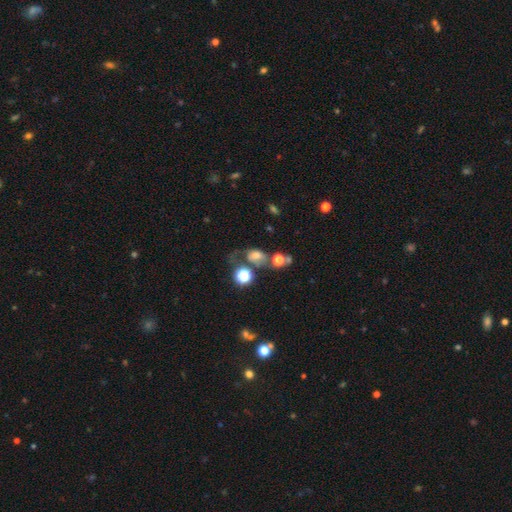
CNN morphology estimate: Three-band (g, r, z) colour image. It shows a smooth galaxy with no disk features (53%) that is in between round and cigar-shaped (64%). Merging: none (35%).